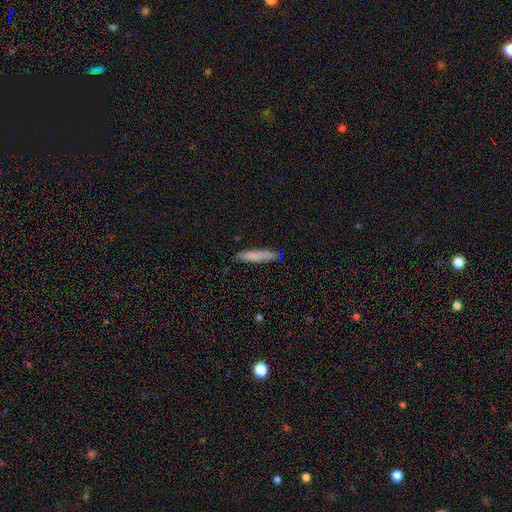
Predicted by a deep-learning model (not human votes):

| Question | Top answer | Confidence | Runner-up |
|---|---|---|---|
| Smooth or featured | smooth | 81% | featured or disk (13%) |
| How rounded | cigar-shaped | 90% | in between (9%) |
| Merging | none | 84% | minor disturbance (12%) |